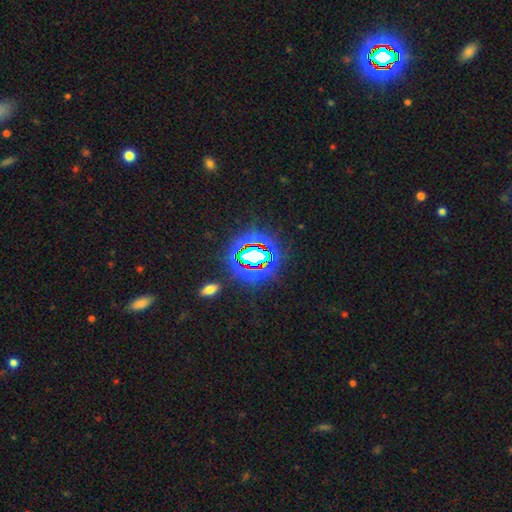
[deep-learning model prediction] smooth_or_featured: star or artifact (p=0.74) [alt: smooth p=0.15]